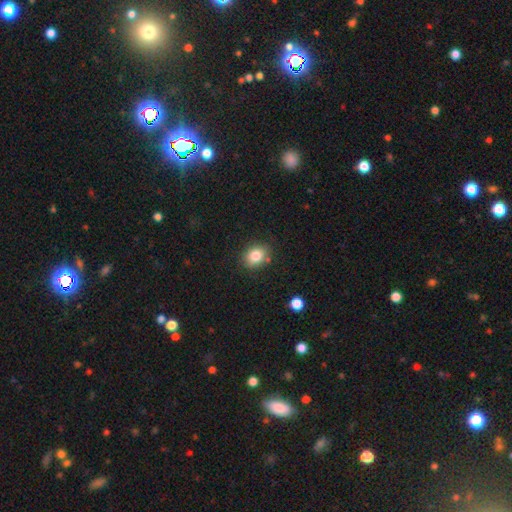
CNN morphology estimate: smooth_or_featured: smooth (p=0.82) [alt: star or artifact p=0.10]
how_rounded: in between (p=0.57) [alt: round p=0.42]
merging: none (p=0.80) [alt: minor disturbance p=0.13]